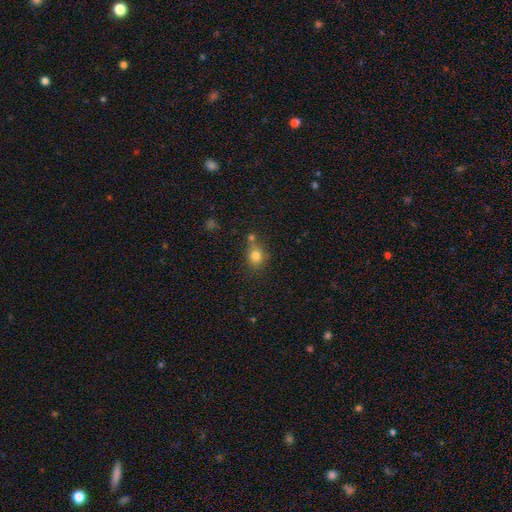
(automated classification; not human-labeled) Morphology: type=smooth (81%); roundness=round (72%); merging=none (59%).